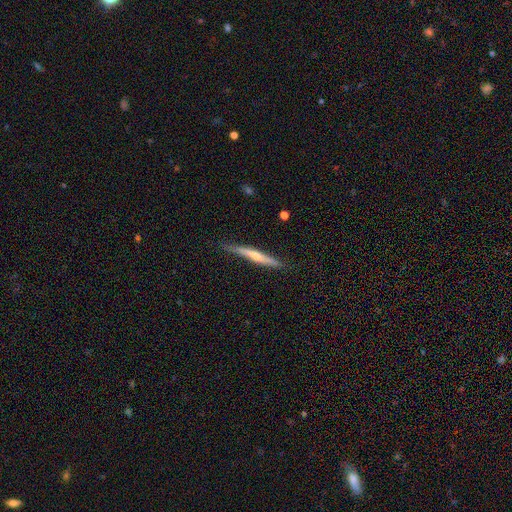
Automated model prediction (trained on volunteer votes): This is likely a featured or disk galaxy (61%). It is clearly viewed edge-on (96%). Edge-on bulge: likely rounded (74%). Merging: likely none (80%).